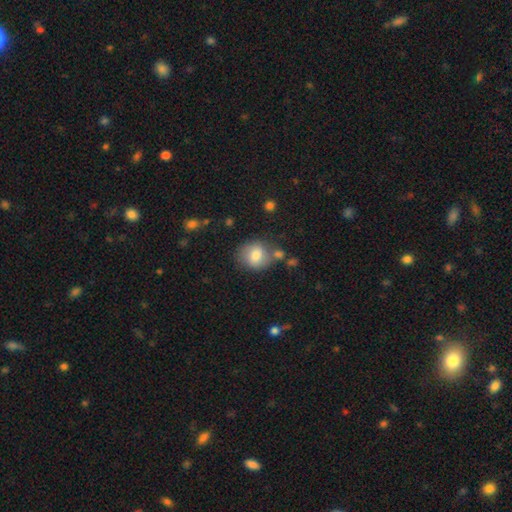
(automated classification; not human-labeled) Smooth or featured?
  - smooth: 74% *
  - featured or disk: 17%
  - star or artifact: 9%
How rounded?
  - round: 72% *
  - in between: 27%
  - cigar-shaped: 1%
Merging?
  - none: 67% *
  - minor disturbance: 17%
  - merger: 10%
  - major disturbance: 6%